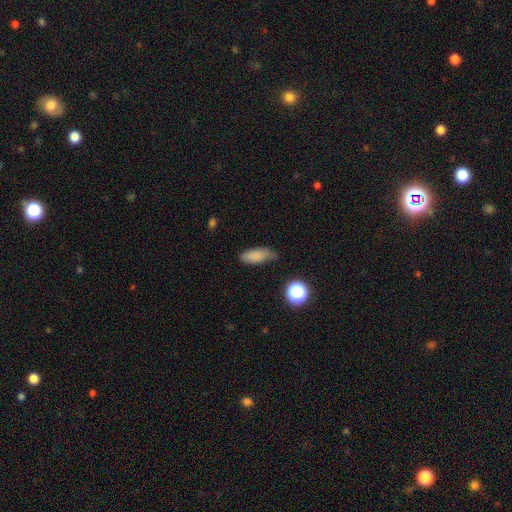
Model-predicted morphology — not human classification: Q: Smooth or featured?
A: smooth (81%); runner-up: star or artifact (11%)
Q: How rounded?
A: in between (78%); runner-up: cigar-shaped (18%)
Q: Merging?
A: none (59%); runner-up: minor disturbance (31%)